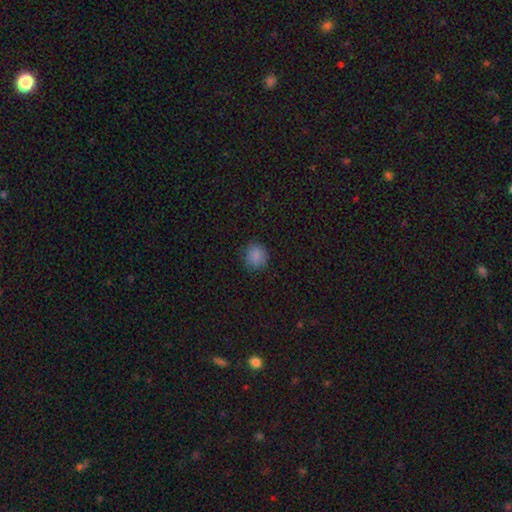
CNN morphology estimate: The model was most divided on "how rounded": round: 84%, in between: 15%, cigar-shaped: 1%. More confident: smooth or featured — smooth (86%); merging — none (86%).